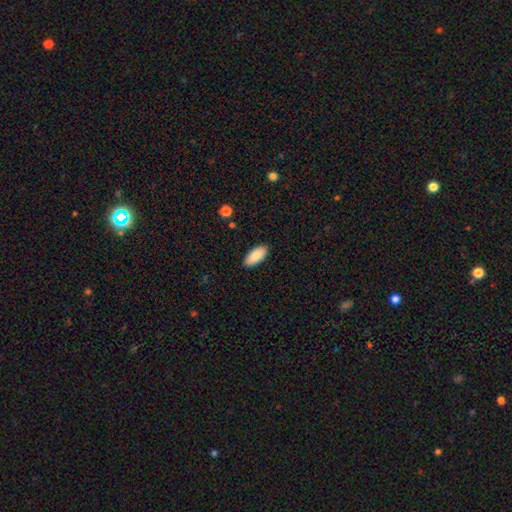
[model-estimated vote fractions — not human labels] A smooth galaxy with no disk features (86%) that is in between round and cigar-shaped (90%).

Vote fractions:
- Smooth or featured? smooth: 86% / featured or disk: 8% / star or artifact: 6%
- How rounded? in between: 90% / cigar-shaped: 8% / round: 2%
- Merging? none: 89% / minor disturbance: 8% / major disturbance: 2% / merger: 1%